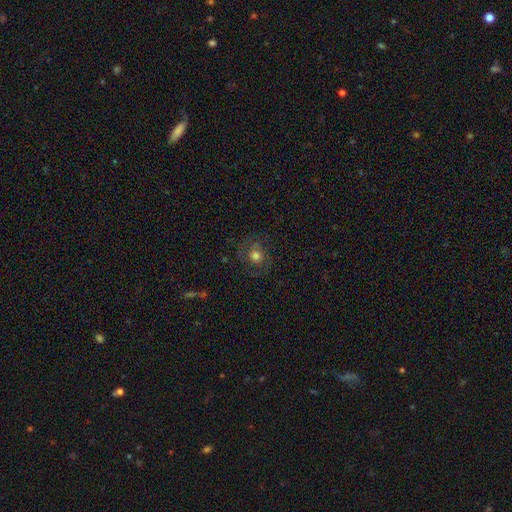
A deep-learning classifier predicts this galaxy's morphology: smooth_or_featured: smooth (p=0.57) [alt: featured or disk p=0.29]
how_rounded: round (p=0.82) [alt: in between p=0.17]
merging: none (p=0.73) [alt: minor disturbance p=0.16]